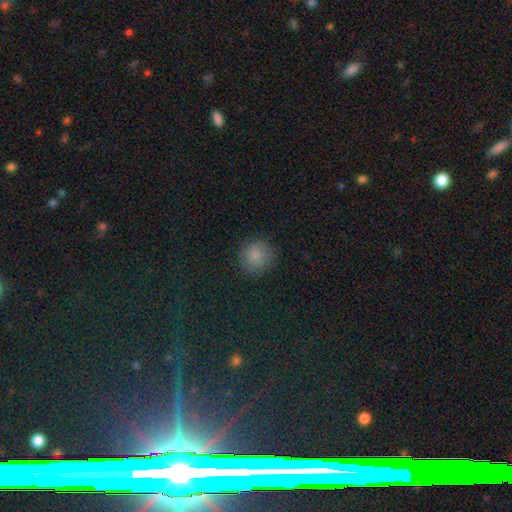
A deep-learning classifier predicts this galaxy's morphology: A smooth galaxy with no disk features (83%) that is round (93%). Merging: none (87%).